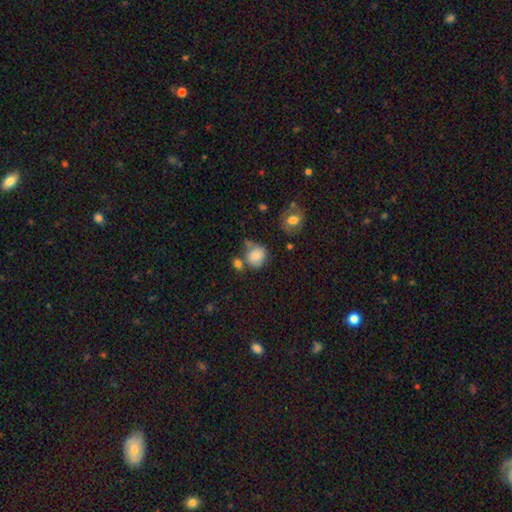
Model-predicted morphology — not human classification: smooth 75%, featured or disk 16%, star or artifact 9%. Down the decision tree: how rounded — round (75%); merging — none (43%).